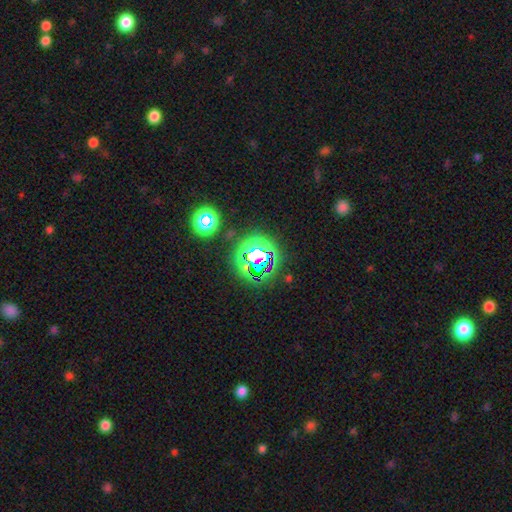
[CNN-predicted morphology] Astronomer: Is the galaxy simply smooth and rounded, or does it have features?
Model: star or artifact — 70%.